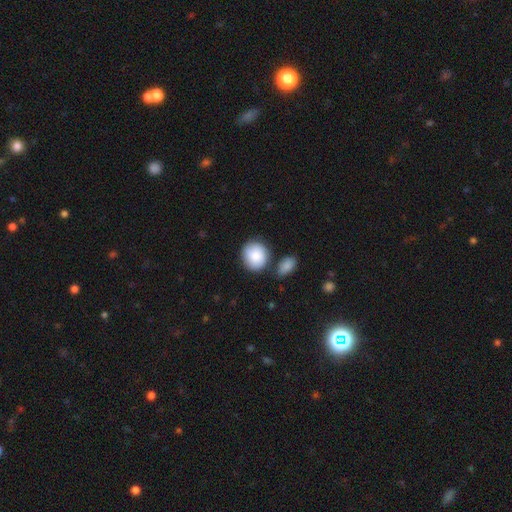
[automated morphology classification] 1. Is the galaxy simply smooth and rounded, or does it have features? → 86% smooth, 8% featured or disk, 6% star or artifact.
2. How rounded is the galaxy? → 77% round, 21% in between, 1% cigar-shaped.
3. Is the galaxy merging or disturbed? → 68% none, 15% minor disturbance, 13% merger, 4% major disturbance.